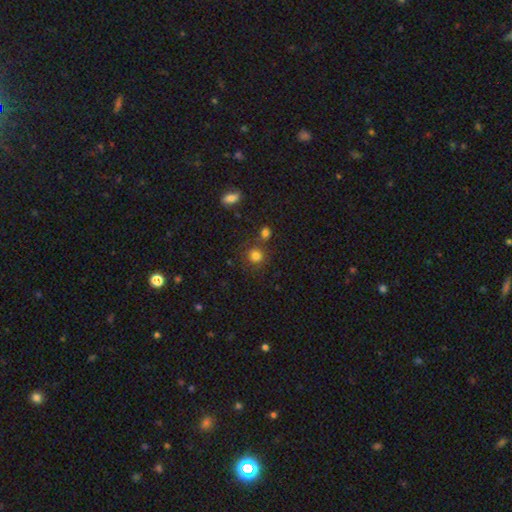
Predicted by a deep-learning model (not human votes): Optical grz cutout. It shows a smooth galaxy with no disk features (79%) that is round (87%). Merging: none (74%).